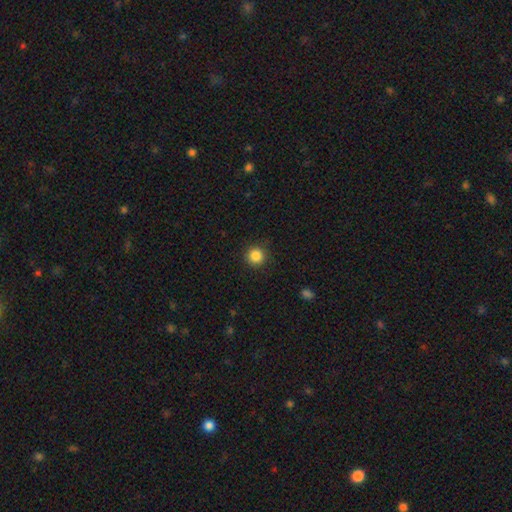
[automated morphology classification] Q: Smooth or featured?
A: smooth (86%); runner-up: star or artifact (10%)
Q: How rounded?
A: round (95%); runner-up: in between (4%)
Q: Merging?
A: none (91%); runner-up: minor disturbance (6%)